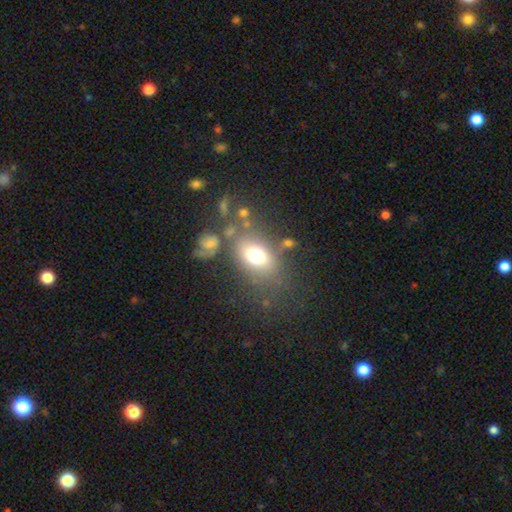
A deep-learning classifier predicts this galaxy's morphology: Q: Smooth or featured?
A: smooth (71%); runner-up: featured or disk (18%)
Q: How rounded?
A: in between (74%); runner-up: round (24%)
Q: Merging?
A: none (60%); runner-up: minor disturbance (17%)